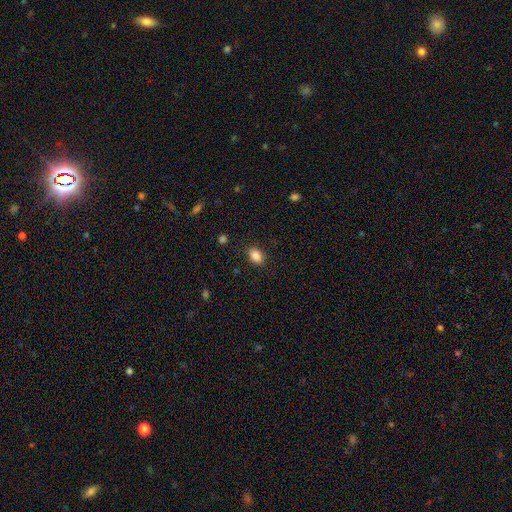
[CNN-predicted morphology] Smooth or featured? Predicted: smooth (p=0.87). How rounded? Predicted: in between (p=0.84). Merging? Predicted: none (p=0.86).